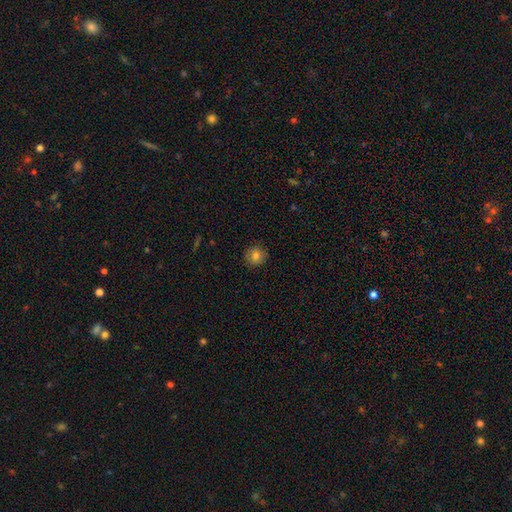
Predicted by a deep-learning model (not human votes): The model was most divided on "smooth or featured": smooth: 80%, star or artifact: 11%, featured or disk: 9%. More confident: how rounded — round (91%); merging — none (89%).